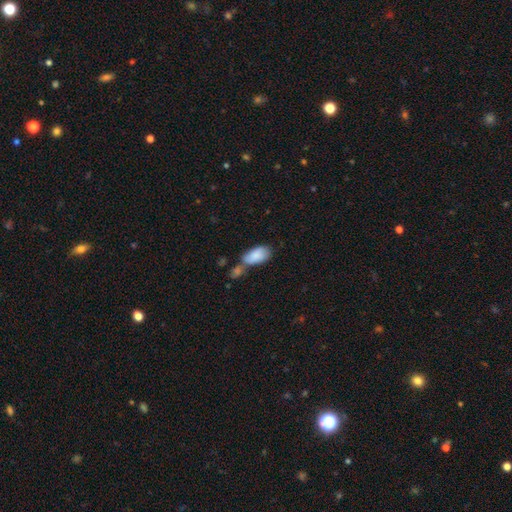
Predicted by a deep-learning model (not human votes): smooth 83%, featured or disk 11%, star or artifact 6%. Down the decision tree: how rounded — in between (93%); merging — merger (41%).